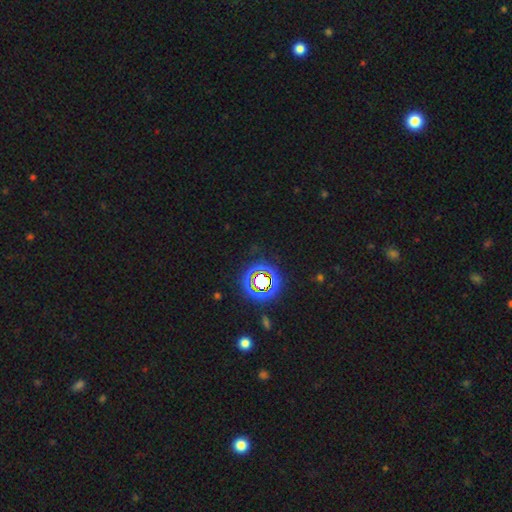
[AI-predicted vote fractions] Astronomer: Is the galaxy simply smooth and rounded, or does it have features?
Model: star or artifact — 68%.